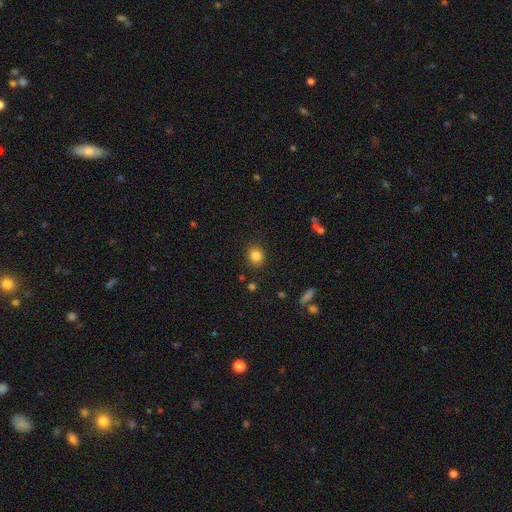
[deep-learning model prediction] Smooth or featured?
  - smooth: 84% *
  - star or artifact: 11%
  - featured or disk: 6%
How rounded?
  - round: 73% *
  - in between: 26%
  - cigar-shaped: 1%
Merging?
  - none: 88% *
  - minor disturbance: 8%
  - major disturbance: 3%
  - merger: 2%